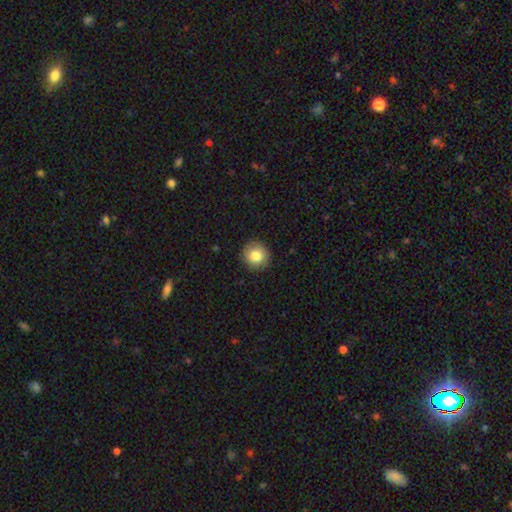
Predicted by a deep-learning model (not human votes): A smooth galaxy with no disk features (82%) that is round (91%).

Vote fractions:
- Smooth or featured? smooth: 82% / featured or disk: 9% / star or artifact: 9%
- How rounded? round: 91% / in between: 8% / cigar-shaped: 1%
- Merging? none: 90% / minor disturbance: 8% / major disturbance: 2% / merger: 1%